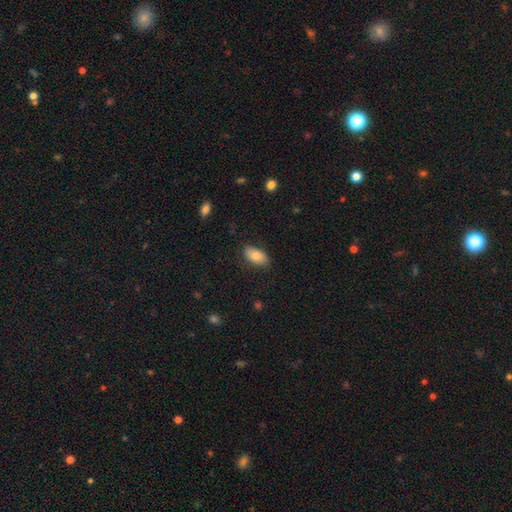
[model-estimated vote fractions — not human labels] Smooth or featured: smooth — 78% (featured or disk — 15%)
How rounded: in between — 93% (round — 4%)
Merging: none — 84% (minor disturbance — 13%)